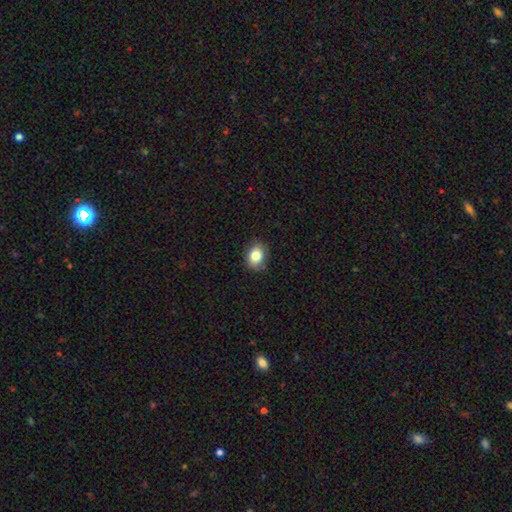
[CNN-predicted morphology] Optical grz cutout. It shows a smooth galaxy with no disk features (81%) that is in between round and cigar-shaped (56%). Merging: none (83%).